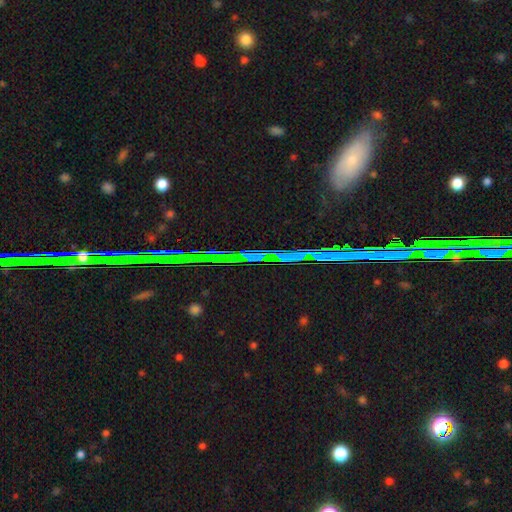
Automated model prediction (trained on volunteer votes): The model was most divided on "smooth or featured": star or artifact: 70%, featured or disk: 17%, smooth: 13%.